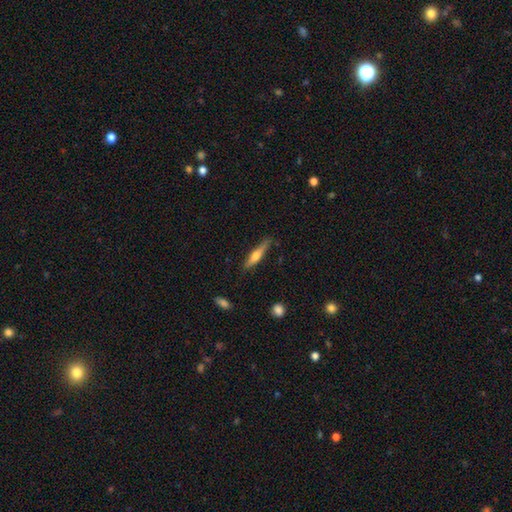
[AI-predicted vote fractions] Q: Smooth or featured?
A: featured or disk (50%); runner-up: smooth (45%)
Q: Merging?
A: none (81%); runner-up: minor disturbance (14%)